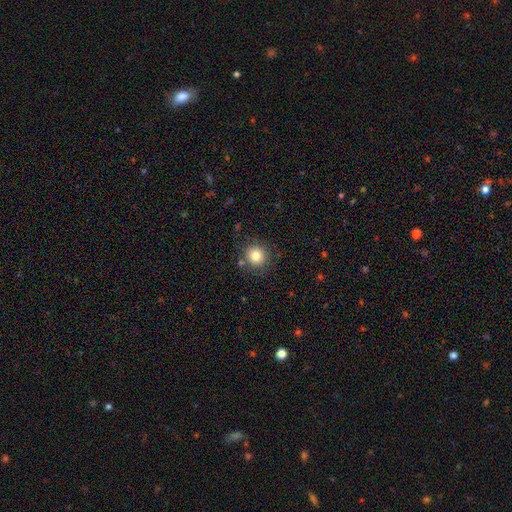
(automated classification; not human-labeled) A smooth galaxy with no disk features (81%) that is round (90%).

Vote fractions:
- Smooth or featured? smooth: 81% / star or artifact: 12% / featured or disk: 7%
- How rounded? round: 90% / in between: 9% / cigar-shaped: 1%
- Merging? none: 84% / minor disturbance: 9% / merger: 4% / major disturbance: 3%